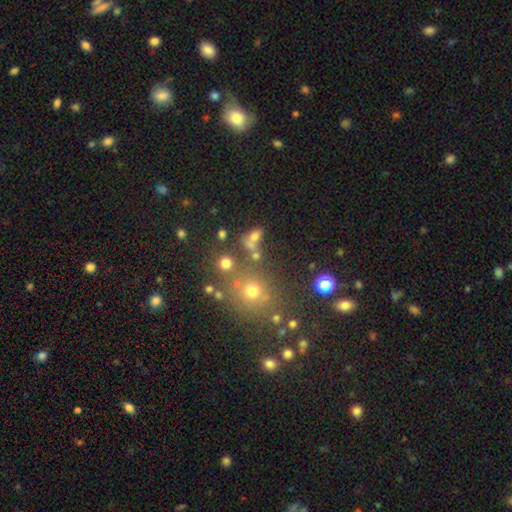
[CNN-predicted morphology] Q: Smooth or featured?
A: smooth (63%); runner-up: star or artifact (23%)
Q: How rounded?
A: round (56%); runner-up: in between (40%)
Q: Merging?
A: none (59%); runner-up: merger (21%)